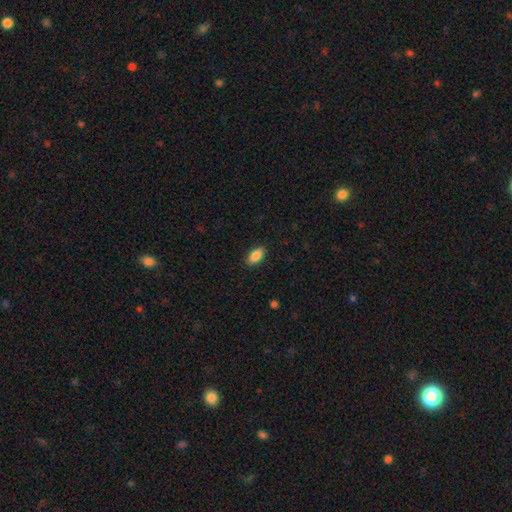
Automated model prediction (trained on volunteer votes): Morphology: type=smooth (88%); roundness=in between (91%); merging=none (88%).